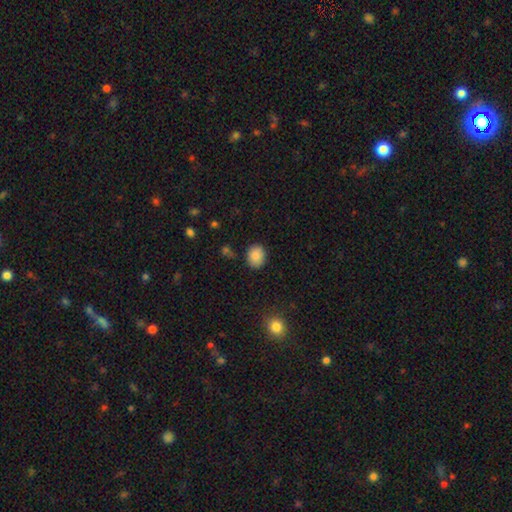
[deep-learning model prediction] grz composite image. It shows a smooth galaxy with no disk features (86%) that is round (54%). Merging: none (83%).